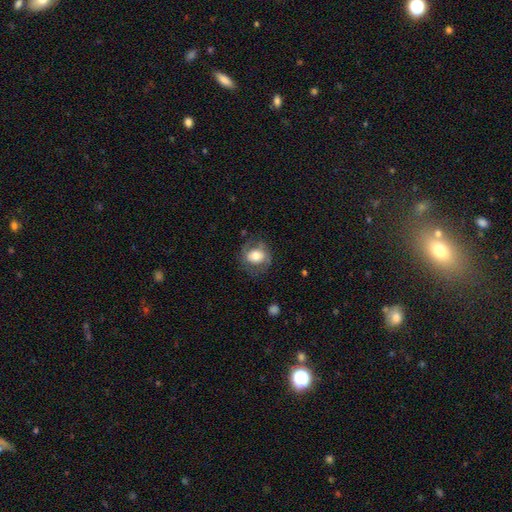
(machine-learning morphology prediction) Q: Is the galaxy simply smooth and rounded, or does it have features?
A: smooth — 58%.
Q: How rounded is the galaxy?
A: round — 61%.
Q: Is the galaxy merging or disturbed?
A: none — 66%.